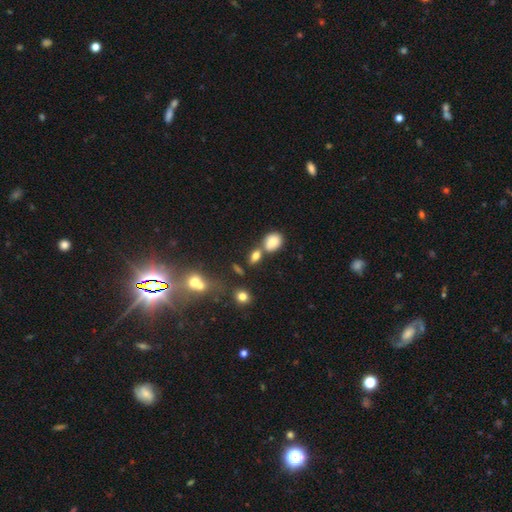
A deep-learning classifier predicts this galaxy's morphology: smooth 71%, featured or disk 17%, star or artifact 13%. Down the decision tree: how rounded — in between (66%); merging — none (52%).